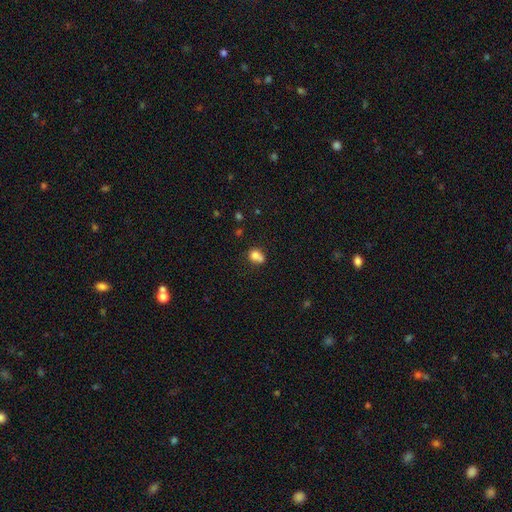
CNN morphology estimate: This appears to be a smooth galaxy with no disk features (75%) that is round (55%). Merging: merger (42%).